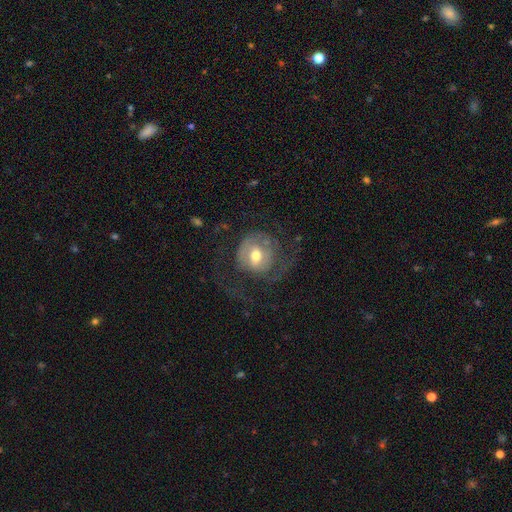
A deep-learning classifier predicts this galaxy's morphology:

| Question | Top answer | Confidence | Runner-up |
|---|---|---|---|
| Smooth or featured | featured or disk | 60% | smooth (33%) |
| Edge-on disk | no | 97% | yes (3%) |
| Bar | no | 51% | weak (38%) |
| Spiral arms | yes | 64% | no (36%) |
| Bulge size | moderate | 70% | small (17%) |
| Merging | none | 44% | major disturbance (37%) |